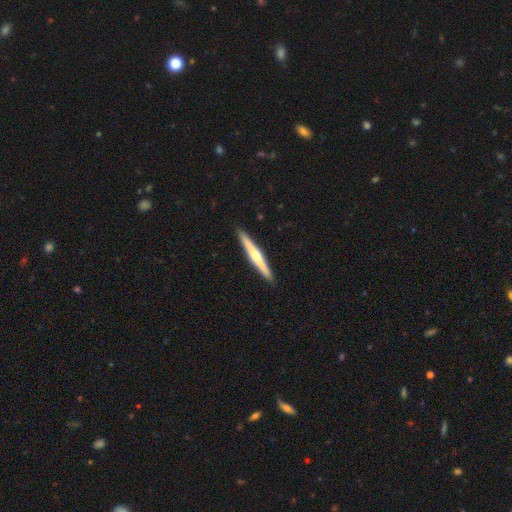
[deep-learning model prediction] Overall: featured or disk (58%; smooth 37%). Edge-on disk: yes (98%). Edge-on bulge: rounded (73%). Merging: none (92%).